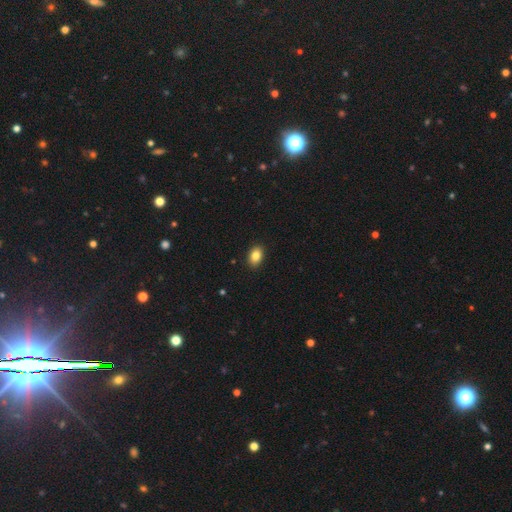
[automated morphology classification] Smooth or featured: smooth — 85% (star or artifact — 9%)
How rounded: in between — 81% (round — 18%)
Merging: none — 90% (minor disturbance — 7%)